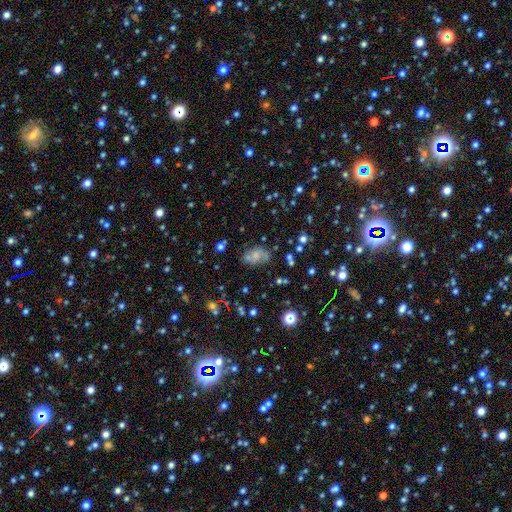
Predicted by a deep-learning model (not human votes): smooth_or_featured: smooth (p=0.42) [tied with: featured or disk p=0.42]
merging: none (p=0.56) [alt: minor disturbance p=0.25]